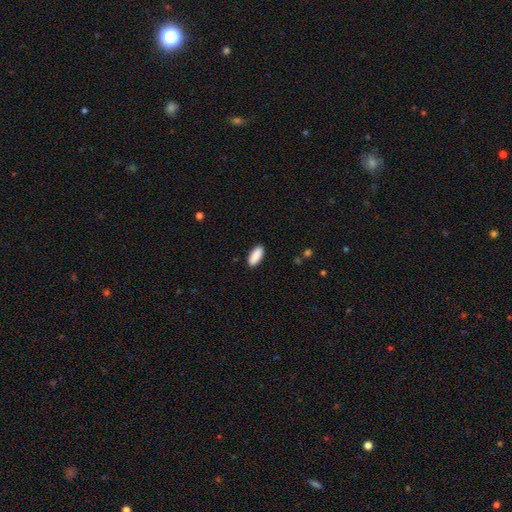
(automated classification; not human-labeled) A smooth galaxy with no disk features (90%) that is in between round and cigar-shaped (81%).

Vote fractions:
- Smooth or featured? smooth: 90% / star or artifact: 6% / featured or disk: 4%
- How rounded? in between: 81% / cigar-shaped: 17% / round: 2%
- Merging? none: 89% / minor disturbance: 8% / major disturbance: 2% / merger: 1%